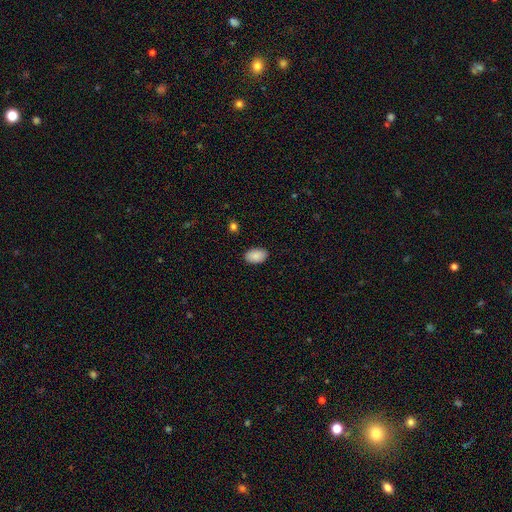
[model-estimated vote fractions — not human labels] This appears to be a smooth galaxy with no disk features (90%) that is in between round and cigar-shaped (92%). Merging: none (88%).